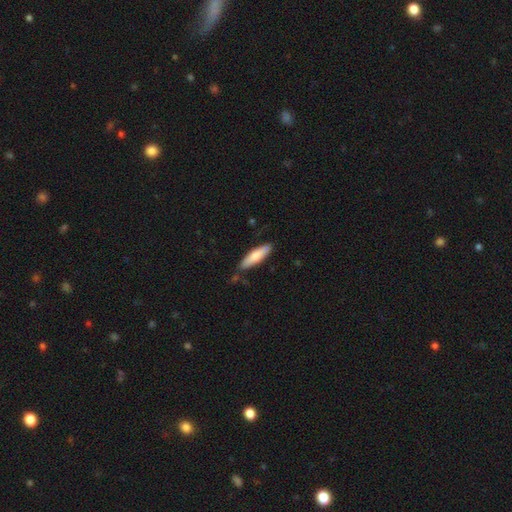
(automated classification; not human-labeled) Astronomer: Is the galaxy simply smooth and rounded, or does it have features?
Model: smooth — 73%.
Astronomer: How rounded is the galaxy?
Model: cigar-shaped — 65%.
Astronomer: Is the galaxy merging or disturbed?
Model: none — 79%.